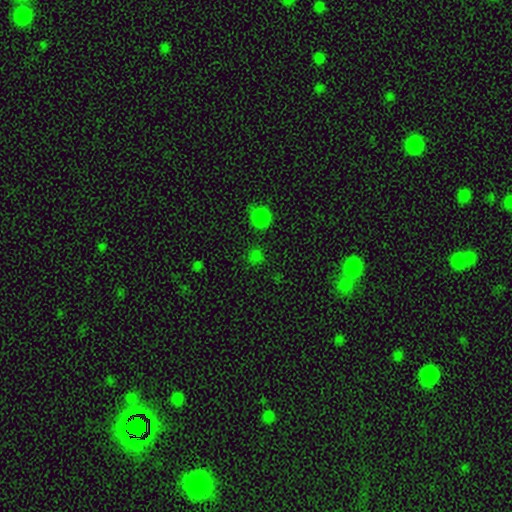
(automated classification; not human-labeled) This appears to be a smooth galaxy with no disk features (65%) that is round (90%). Merging: none (85%).